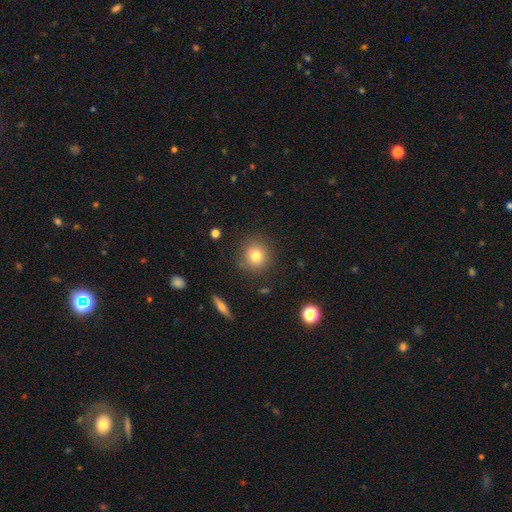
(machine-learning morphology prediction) Smooth or featured?
  - smooth: 78% *
  - star or artifact: 12%
  - featured or disk: 10%
How rounded?
  - round: 88% *
  - in between: 11%
  - cigar-shaped: 1%
Merging?
  - none: 82% *
  - minor disturbance: 12%
  - major disturbance: 4%
  - merger: 2%